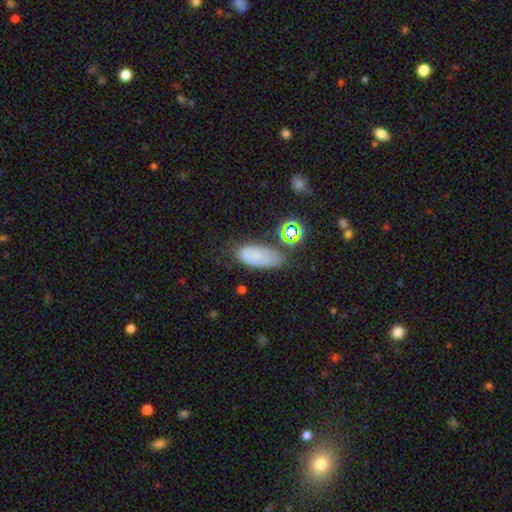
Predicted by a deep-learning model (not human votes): Smooth or featured? smooth (67%)
How rounded? in between (87%)
Merging? none (56%)